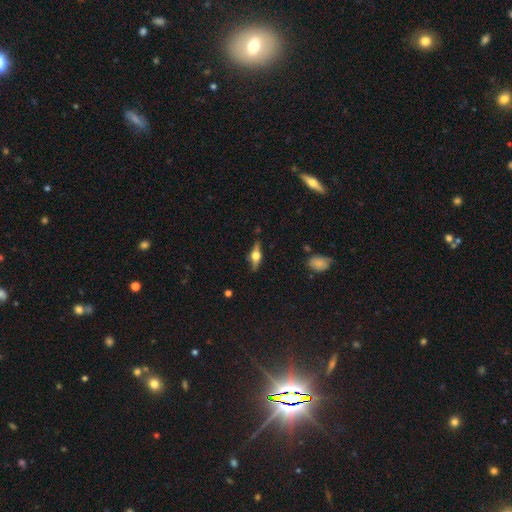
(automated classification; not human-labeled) The model was most divided on "smooth or featured": featured or disk: 70%, smooth: 23%, star or artifact: 7%. More confident: edge-on disk — yes (95%); edge-on bulge — rounded (95%); merging — none (82%).